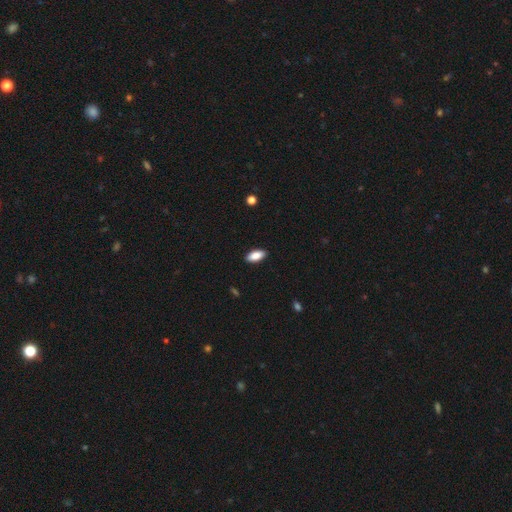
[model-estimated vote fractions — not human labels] smooth 87%, featured or disk 7%, star or artifact 6%. Down the decision tree: how rounded — in between (87%); merging — none (90%).